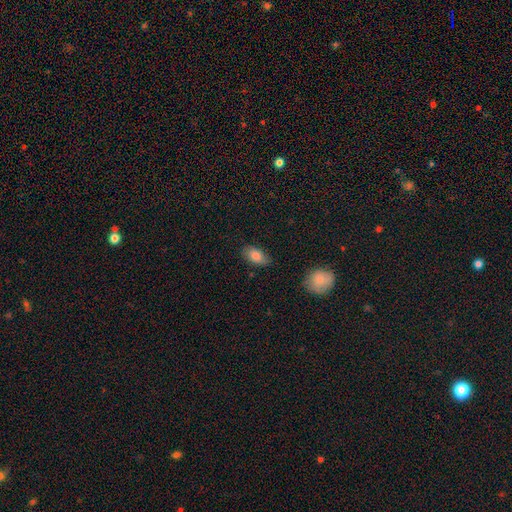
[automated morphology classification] This is clearly a smooth galaxy (83%). How rounded: clearly in between (91%). Merging: clearly none (80%).